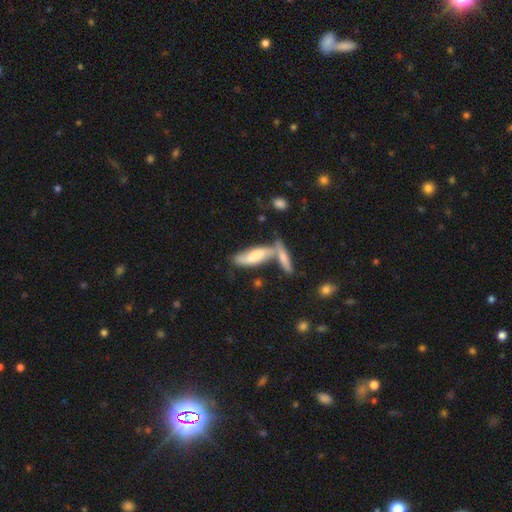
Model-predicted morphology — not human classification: Q: Smooth or featured?
A: smooth (57%); runner-up: featured or disk (37%)
Q: How rounded?
A: in between (50%); runner-up: cigar-shaped (48%)
Q: Merging?
A: merger (45%); runner-up: none (36%)